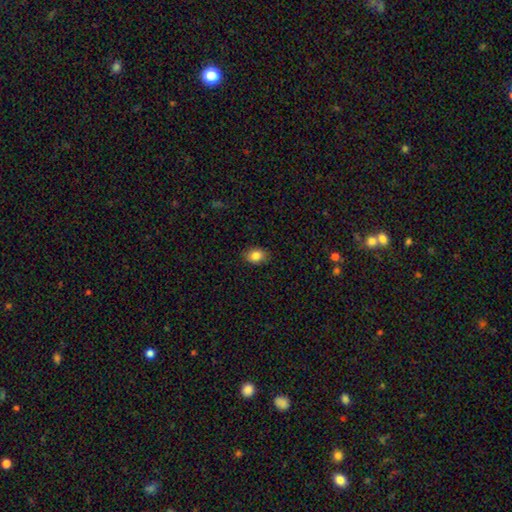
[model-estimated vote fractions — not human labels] Morphology: type=smooth (85%); roundness=in between (71%); merging=none (87%).